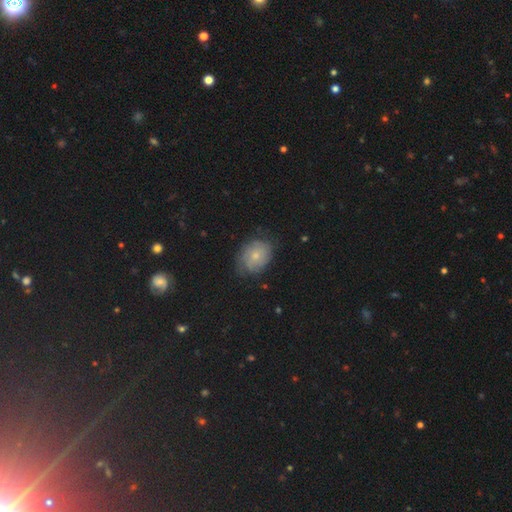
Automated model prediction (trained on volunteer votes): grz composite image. It shows a smooth galaxy with no disk features (47%). Merging: none (65%).